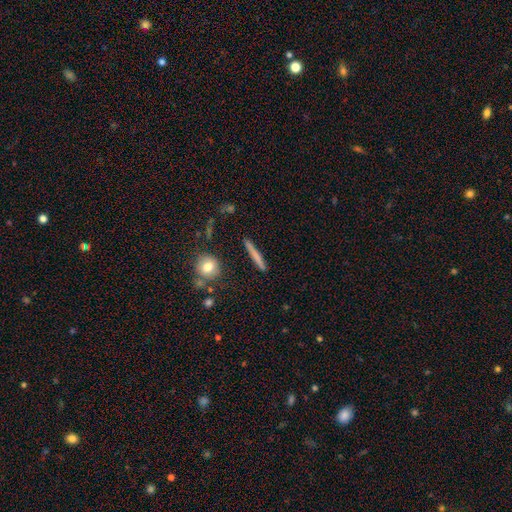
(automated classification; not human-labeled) smooth-or-featured: smooth: 66% | featured or disk: 26% | star or artifact: 8%
  how-rounded: cigar-shaped: 93% | in between: 4% | round: 3%
  merging: none: 88% | minor disturbance: 8% | merger: 2% | major disturbance: 2%